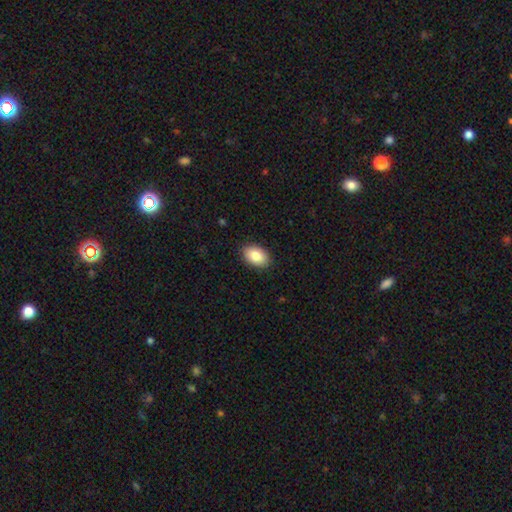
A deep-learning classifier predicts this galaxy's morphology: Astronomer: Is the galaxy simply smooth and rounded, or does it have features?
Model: smooth — 84%.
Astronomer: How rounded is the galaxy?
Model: in between — 86%.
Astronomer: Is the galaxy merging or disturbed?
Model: none — 89%.